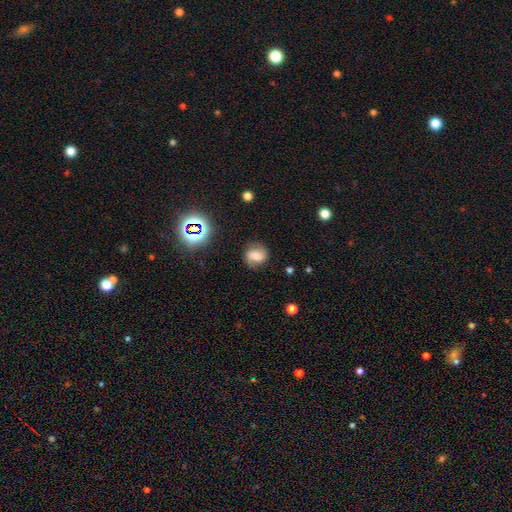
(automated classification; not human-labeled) This appears to be a smooth galaxy with no disk features (63%) that is round (55%). Merging: none (74%).